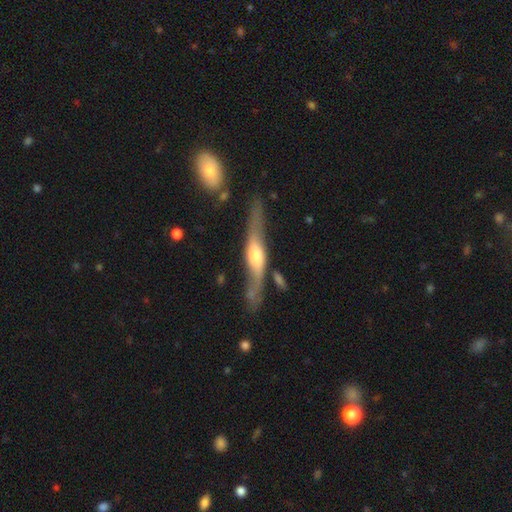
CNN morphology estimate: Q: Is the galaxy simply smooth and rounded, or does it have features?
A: featured or disk — 75%.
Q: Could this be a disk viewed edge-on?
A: yes — 78%.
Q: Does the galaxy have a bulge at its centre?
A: rounded — 78%.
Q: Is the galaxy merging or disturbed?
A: none — 66%.